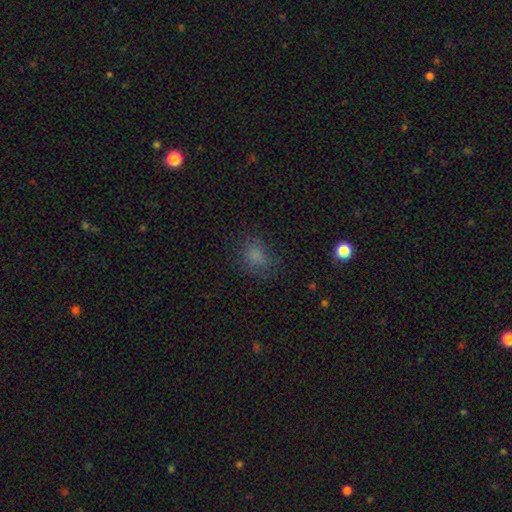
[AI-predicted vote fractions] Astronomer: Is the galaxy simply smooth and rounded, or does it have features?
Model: smooth — 75%.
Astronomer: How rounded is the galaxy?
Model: in between — 54% (runner-up: round, 45%).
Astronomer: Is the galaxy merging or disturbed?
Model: none — 68%.